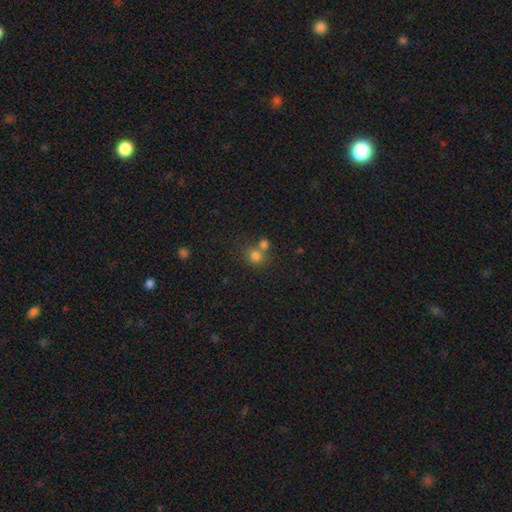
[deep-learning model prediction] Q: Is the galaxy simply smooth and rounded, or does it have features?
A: smooth — 78%.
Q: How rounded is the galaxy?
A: round — 86%.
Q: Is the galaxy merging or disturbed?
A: none — 51%.